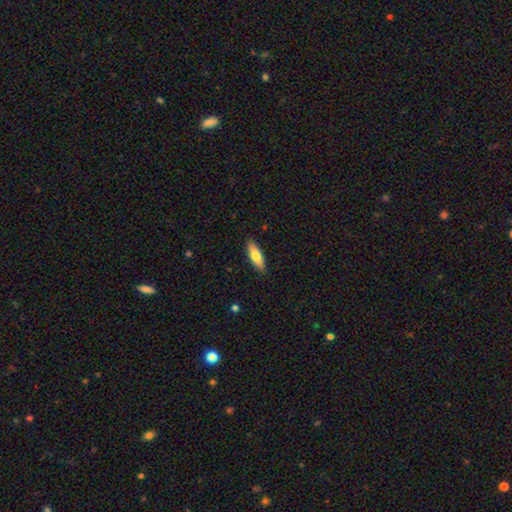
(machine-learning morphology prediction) A smooth galaxy with no disk features (74%) that is in between round and cigar-shaped (51%). Merging: none (89%).